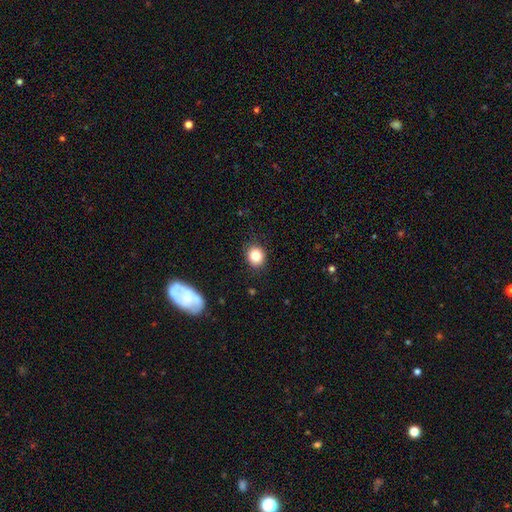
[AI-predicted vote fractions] smooth_or_featured: smooth (p=0.85) [alt: star or artifact p=0.10]
how_rounded: round (p=0.76) [alt: in between p=0.23]
merging: none (p=0.85) [alt: minor disturbance p=0.11]